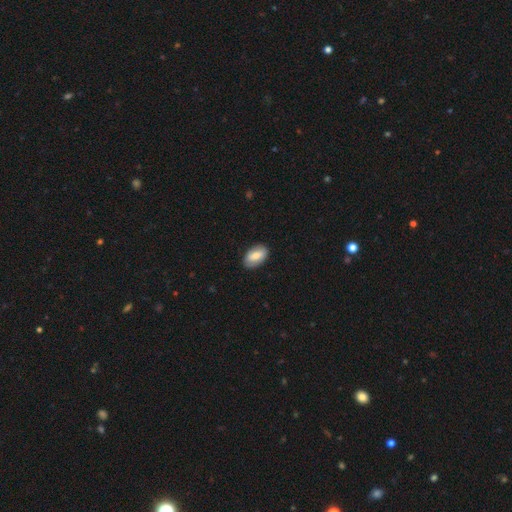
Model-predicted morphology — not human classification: Smooth or featured? smooth (72%)
How rounded? in between (93%)
Merging? none (84%)